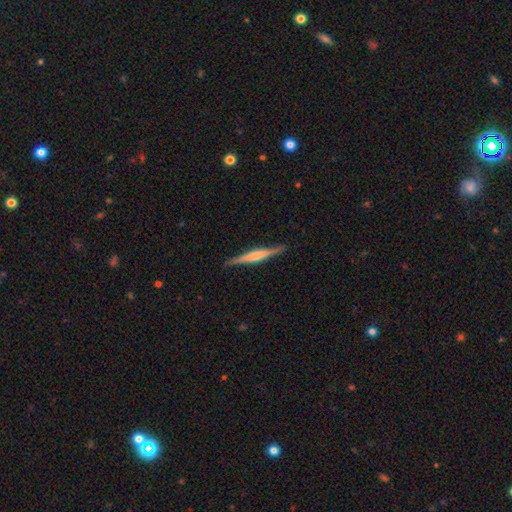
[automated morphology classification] Overall: featured or disk (65%; smooth 30%). Edge-on disk: yes (98%). Edge-on bulge: rounded (44%; boxy 33%). Merging: none (90%).